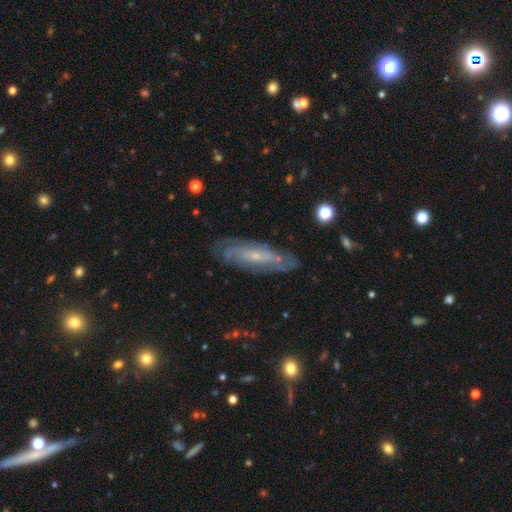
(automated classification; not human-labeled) Overall: featured or disk (77%). Edge-on disk: no (77%). Bar: no (57%; weak 33%). Spiral arms: yes (90%). Spiral arm count: can't tell (48%; 2 26%). Spiral winding: tight (60%; medium 31%). Bulge size: small (75%). Merging: none (78%).